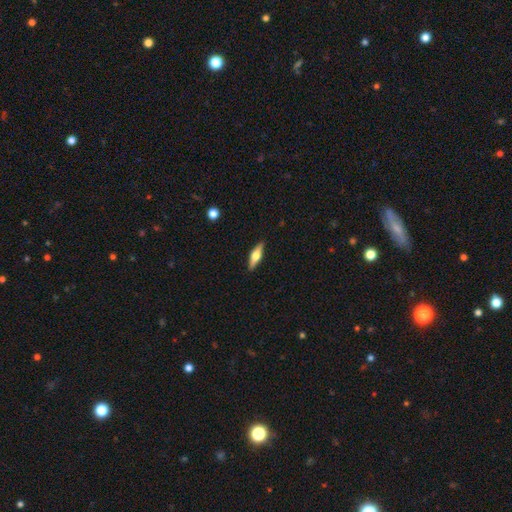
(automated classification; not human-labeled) Morphology: type=featured or disk (58%); edge-on=yes (95%); edge-on bulge=rounded (92%); merging=none (89%).